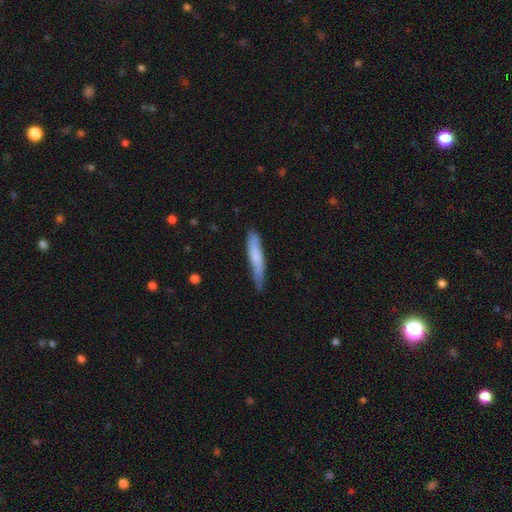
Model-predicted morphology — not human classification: The model was most divided on "merging": none: 66%, minor disturbance: 28%, major disturbance: 4%, merger: 2%. More confident: how rounded — cigar-shaped (90%); smooth or featured — smooth (71%).